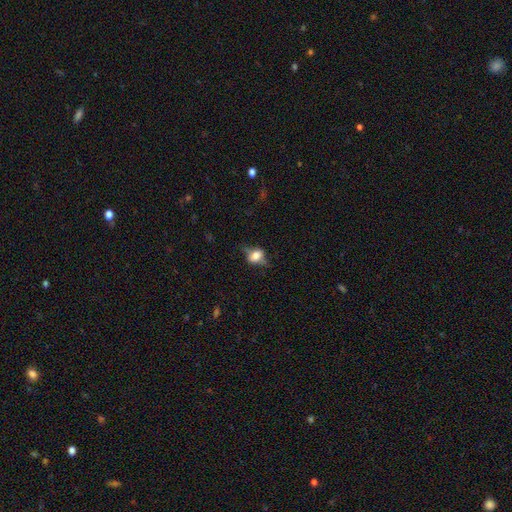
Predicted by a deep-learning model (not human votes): A smooth galaxy with no disk features (55%) that is in between round and cigar-shaped (63%).

Vote fractions:
- Smooth or featured? smooth: 55% / featured or disk: 35% / star or artifact: 10%
- How rounded? in between: 63% / round: 33% / cigar-shaped: 4%
- Merging? none: 57% / minor disturbance: 26% / major disturbance: 15% / merger: 2%